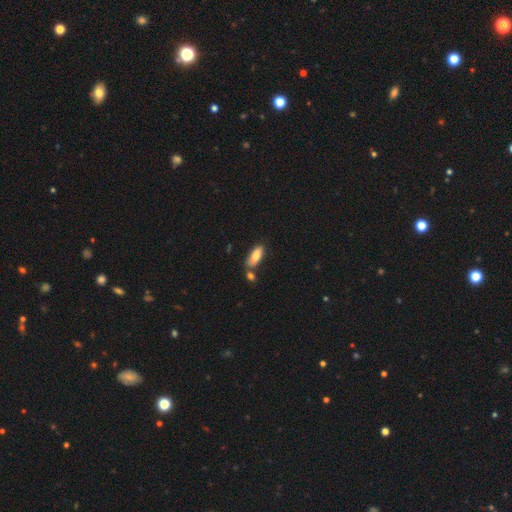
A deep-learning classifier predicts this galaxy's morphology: Q: Smooth or featured?
A: smooth (82%); runner-up: featured or disk (11%)
Q: How rounded?
A: in between (76%); runner-up: cigar-shaped (21%)
Q: Merging?
A: none (60%); runner-up: merger (20%)